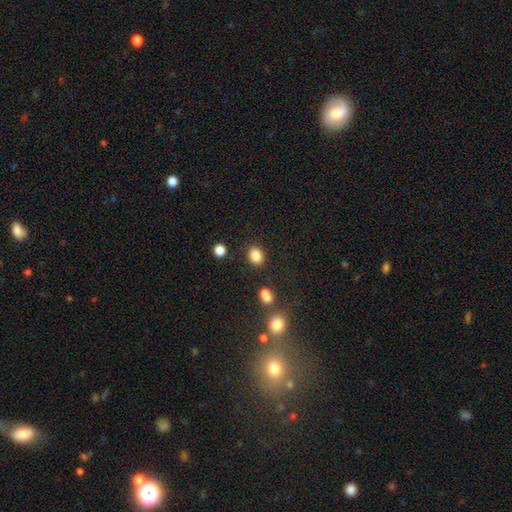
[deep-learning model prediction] Smooth or featured? smooth (86%)
How rounded? in between (51%)
Merging? none (82%)